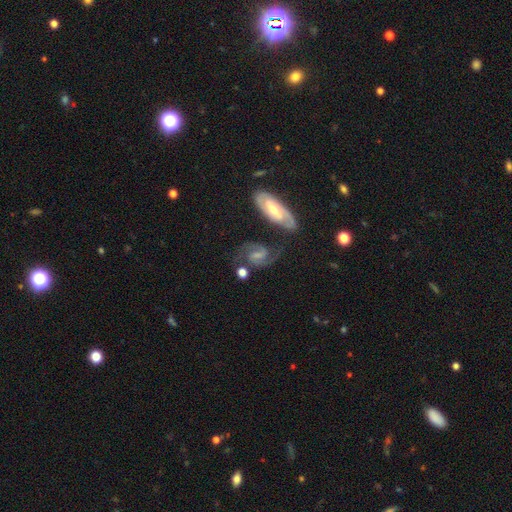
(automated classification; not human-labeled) A featured or disk galaxy (79%) with a weak bar (45%), 2 (88%) medium (53%) spiral arms (95%) and a small central bulge (45%). Merging: none (59%).